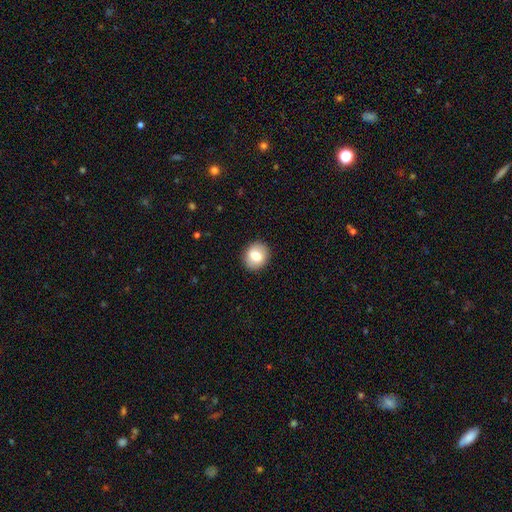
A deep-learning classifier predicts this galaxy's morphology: smooth 77%, featured or disk 15%, star or artifact 8%. Down the decision tree: how rounded — round (70%); merging — none (89%).